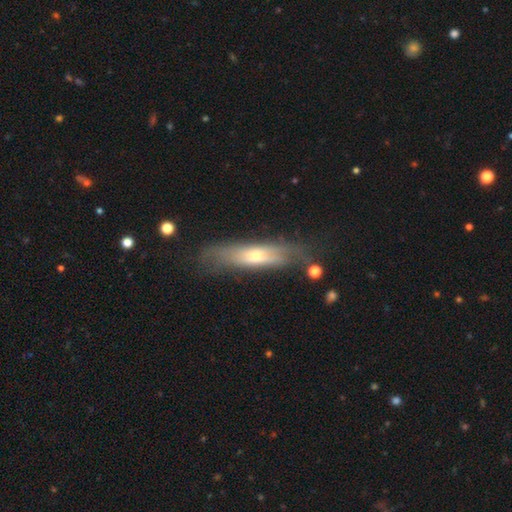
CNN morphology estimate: smooth_or_featured: featured or disk (p=0.55) [alt: smooth p=0.38]
disk_edge_on: yes (p=0.55) [alt: no p=0.45]
merging: none (p=0.62) [alt: minor disturbance p=0.23]